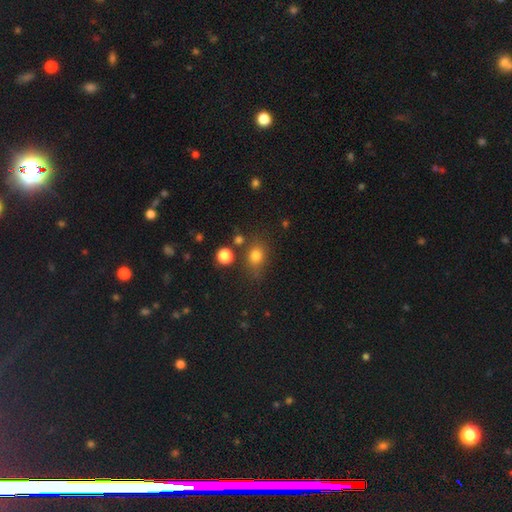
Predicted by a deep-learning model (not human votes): Smooth or featured: smooth — 79% (star or artifact — 13%)
How rounded: round — 52% (in between — 46%)
Merging: none — 71% (minor disturbance — 16%)